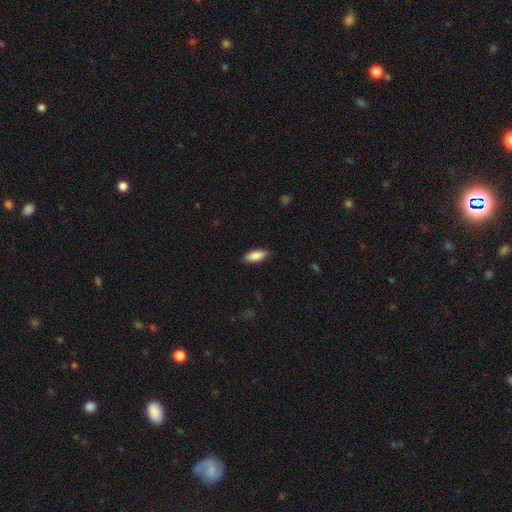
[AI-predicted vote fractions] A smooth galaxy with no disk features (87%) that is in between round and cigar-shaped (80%). Merging: none (85%).